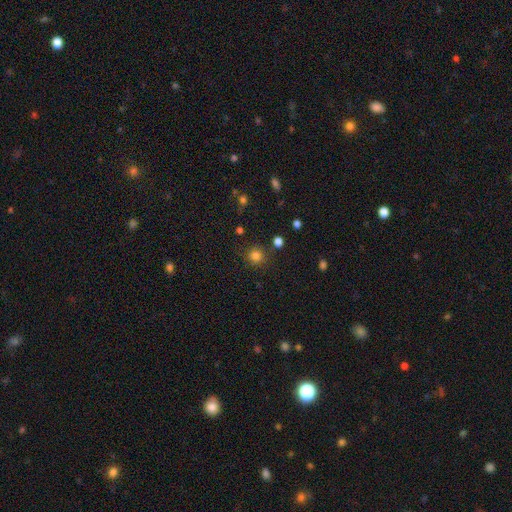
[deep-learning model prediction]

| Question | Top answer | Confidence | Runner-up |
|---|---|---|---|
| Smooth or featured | smooth | 81% | star or artifact (15%) |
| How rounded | round | 92% | in between (7%) |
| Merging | none | 85% | minor disturbance (8%) |